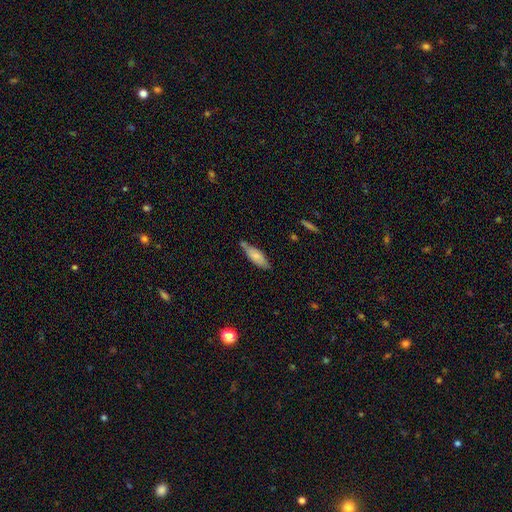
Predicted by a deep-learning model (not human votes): Smooth or featured: smooth — 72% (featured or disk — 21%)
How rounded: in between — 57% (cigar-shaped — 41%)
Merging: none — 60% (minor disturbance — 27%)